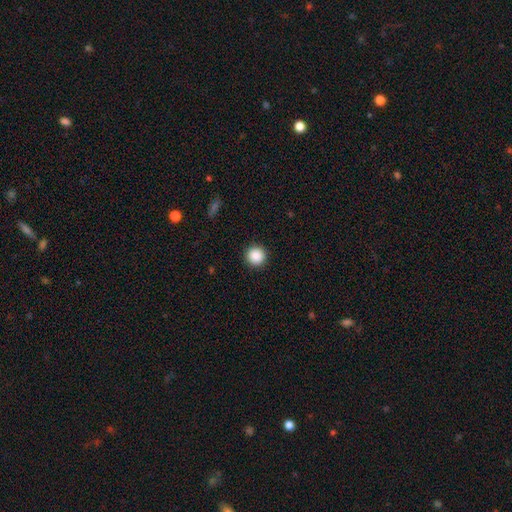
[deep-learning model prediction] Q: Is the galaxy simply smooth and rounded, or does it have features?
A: smooth — 88%.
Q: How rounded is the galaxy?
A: round — 95%.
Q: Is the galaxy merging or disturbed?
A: none — 92%.